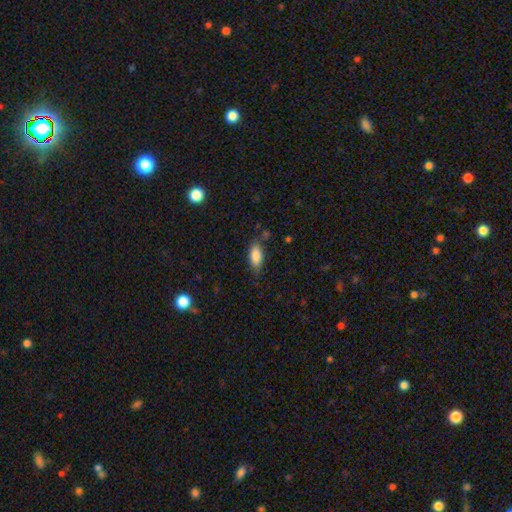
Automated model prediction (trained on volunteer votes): Smooth or featured? Predicted: smooth (p=0.84). How rounded? Predicted: in between (p=0.87). Merging? Predicted: none (p=0.71).